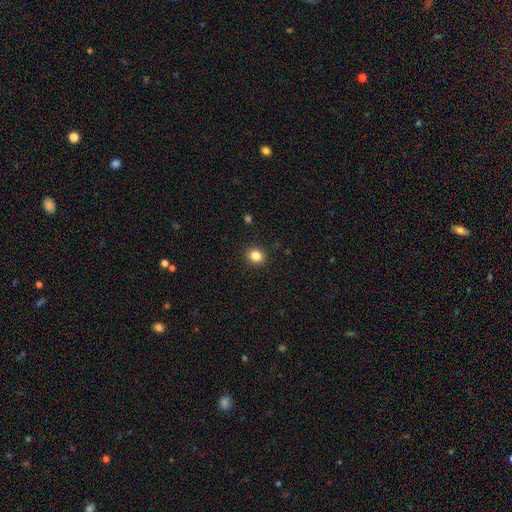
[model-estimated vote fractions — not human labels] A smooth galaxy with no disk features (84%) that is round (70%). Merging: none (91%).